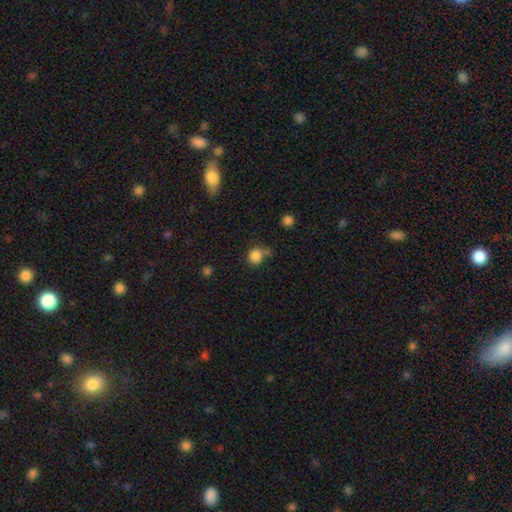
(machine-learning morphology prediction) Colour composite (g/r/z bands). It shows a smooth galaxy with no disk features (84%) that is round (85%). Merging: none (61%).